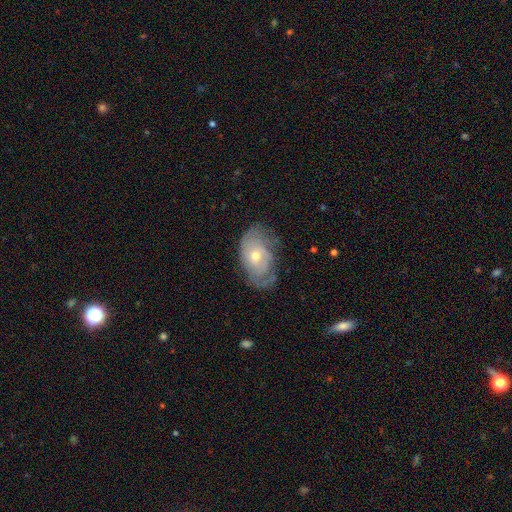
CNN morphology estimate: The model was most divided on "bulge size": moderate: 57%, small: 39%, large: 2%, none: 1%, dominant: 1%. More confident: edge-on disk — no (94%); bar — no (78%); spiral arms — yes (74%); smooth or featured — featured or disk (64%); merging — none (59%).